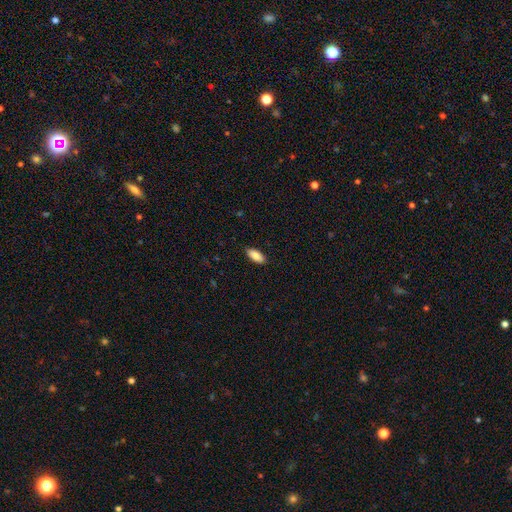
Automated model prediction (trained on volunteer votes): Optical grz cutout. It shows a smooth galaxy with no disk features (86%) that is in between round and cigar-shaped (85%). Merging: none (89%).